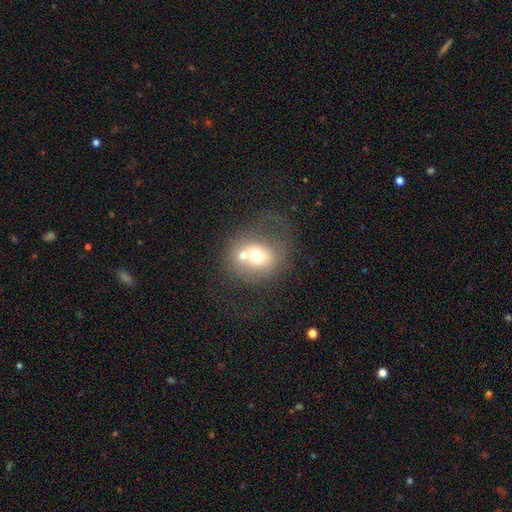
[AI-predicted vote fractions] This is possibly a smooth galaxy (55%). How rounded: likely round (70%). Merging: possibly merger (46%).